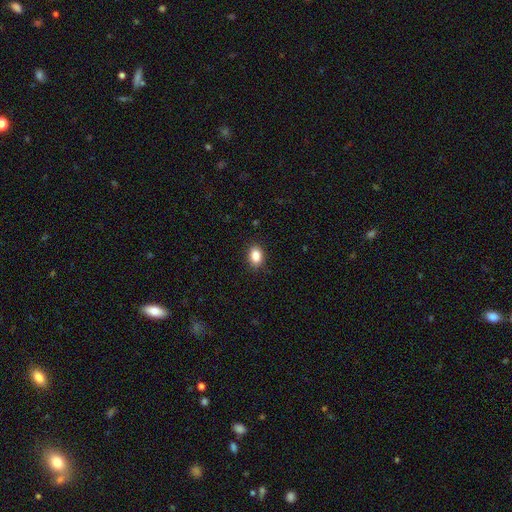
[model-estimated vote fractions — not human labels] This appears to be a smooth galaxy with no disk features (88%) that is in between round and cigar-shaped (81%). Merging: none (88%).